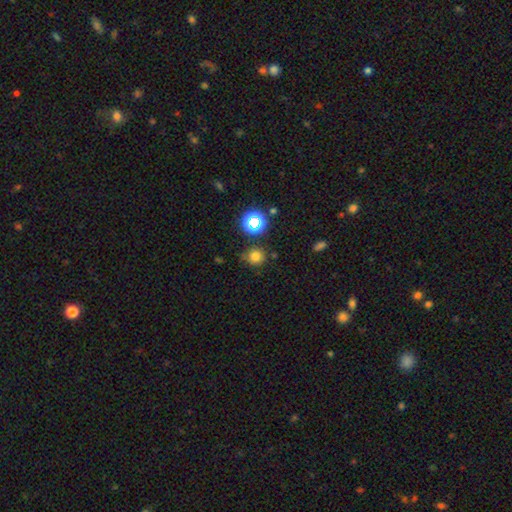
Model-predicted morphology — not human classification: smooth_or_featured: smooth (p=0.73) [alt: star or artifact p=0.20]
how_rounded: round (p=0.90) [alt: in between p=0.09]
merging: none (p=0.78) [alt: minor disturbance p=0.13]